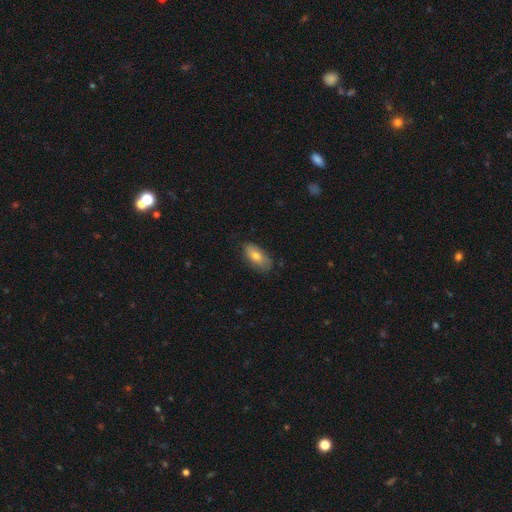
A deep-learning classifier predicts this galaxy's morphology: smooth_or_featured: smooth (p=0.74) [alt: featured or disk p=0.19]
how_rounded: in between (p=0.89) [alt: cigar-shaped p=0.07]
merging: none (p=0.76) [alt: minor disturbance p=0.20]